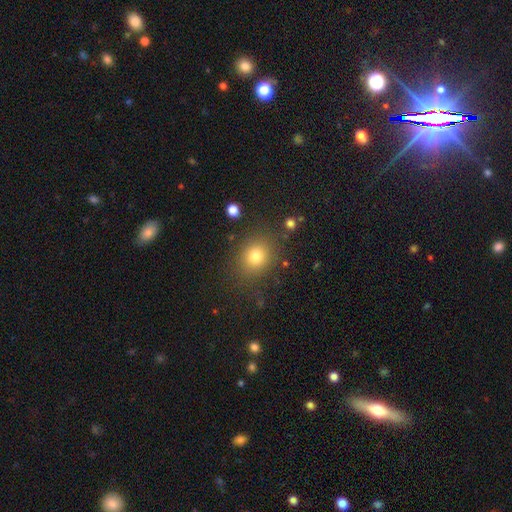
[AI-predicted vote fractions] A smooth galaxy with no disk features (78%) that is round (69%). Merging: none (82%).